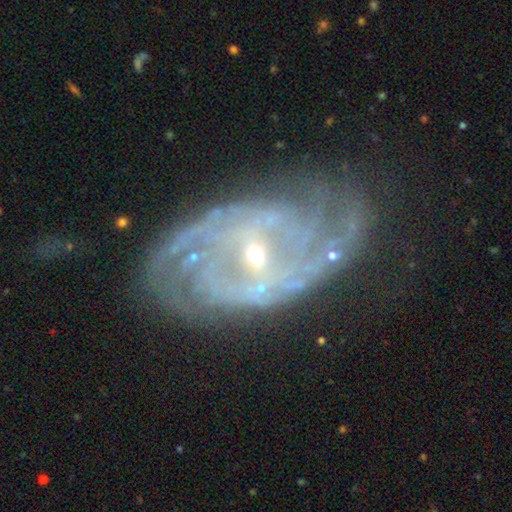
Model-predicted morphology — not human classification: Q: Smooth or featured?
A: featured or disk (86%); runner-up: star or artifact (7%)
Q: Edge-on disk?
A: no (96%); runner-up: yes (4%)
Q: Bar?
A: weak (39%); runner-up: no (38%)
Q: Spiral arms?
A: yes (91%); runner-up: no (9%)
Q: Spiral winding?
A: tight (50%); runner-up: medium (35%)
Q: Spiral arm count?
A: 2 (35%); runner-up: can't tell (28%)
Q: Bulge size?
A: small (78%); runner-up: moderate (18%)
Q: Merging?
A: none (58%); runner-up: minor disturbance (24%)